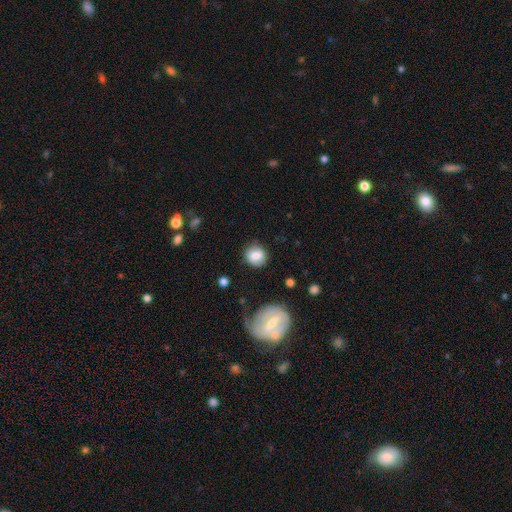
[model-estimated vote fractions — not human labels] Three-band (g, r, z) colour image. It shows a smooth galaxy with no disk features (74%) that is round (71%). Merging: none (74%).